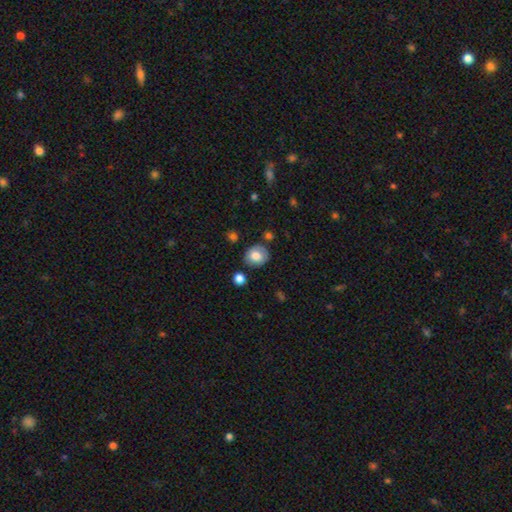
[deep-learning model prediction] Smooth or featured? Predicted: smooth (p=0.78). How rounded? Predicted: round (p=0.70). Merging? Predicted: none (p=0.78).